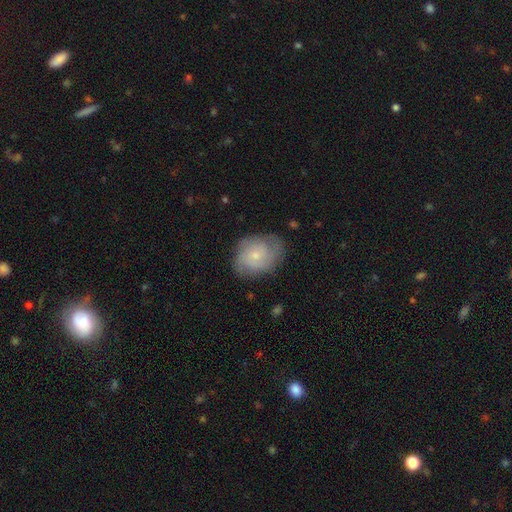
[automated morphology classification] Smooth or featured?
  - featured or disk: 55% *
  - smooth: 37%
  - star or artifact: 7%
Edge-on disk?
  - no: 97% *
  - yes: 3%
Bar?
  - no: 78% *
  - weak: 20%
  - strong: 2%
Spiral arms?
  - yes: 86% *
  - no: 14%
Bulge size?
  - small: 70% *
  - moderate: 25%
  - none: 3%
  - large: 1%
  - dominant: 1%
Merging?
  - none: 69% *
  - minor disturbance: 22%
  - major disturbance: 8%
  - merger: 1%